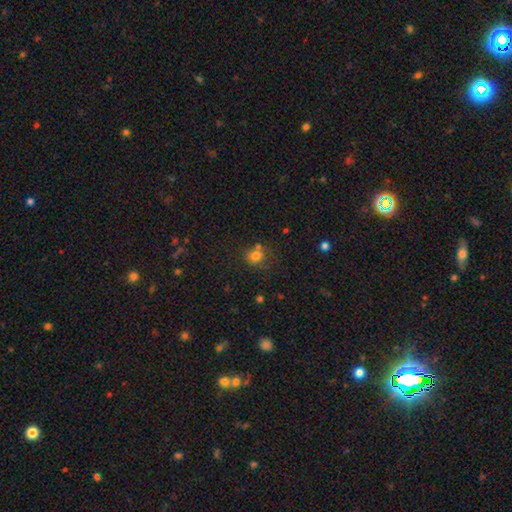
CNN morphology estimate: type=smooth (77%); roundness=round (76%); merging=none (61%).